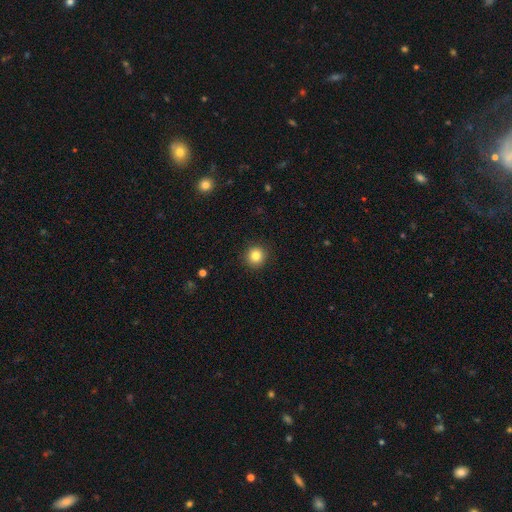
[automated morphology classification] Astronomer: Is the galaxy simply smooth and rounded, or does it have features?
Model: smooth — 84%.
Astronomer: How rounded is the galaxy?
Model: round — 93%.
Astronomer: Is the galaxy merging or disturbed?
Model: none — 92%.